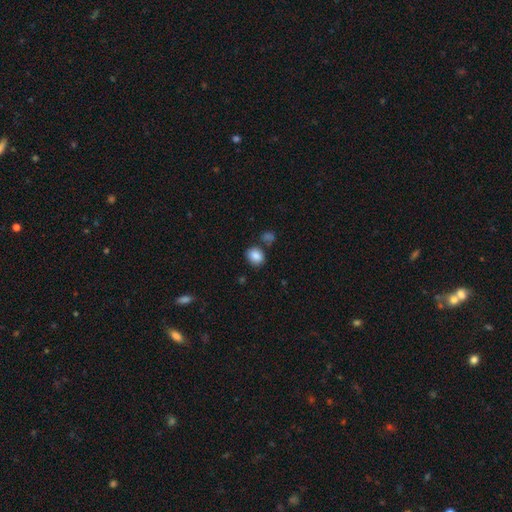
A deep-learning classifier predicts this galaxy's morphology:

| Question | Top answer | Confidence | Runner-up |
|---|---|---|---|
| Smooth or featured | smooth | 86% | star or artifact (9%) |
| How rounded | round | 55% | in between (44%) |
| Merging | none | 74% | minor disturbance (12%) |